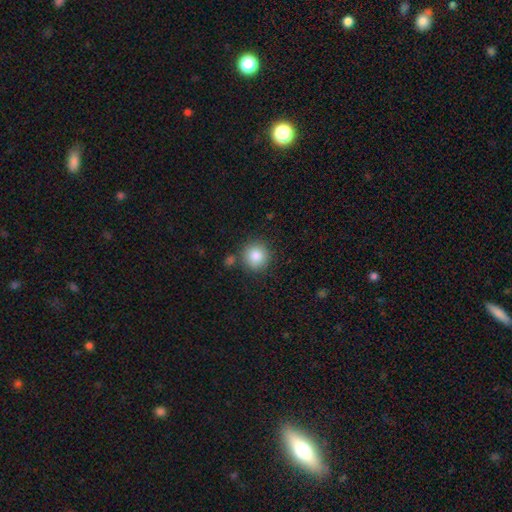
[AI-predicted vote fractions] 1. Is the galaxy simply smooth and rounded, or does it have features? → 85% smooth, 9% star or artifact, 6% featured or disk.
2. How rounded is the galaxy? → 92% round, 7% in between, 1% cigar-shaped.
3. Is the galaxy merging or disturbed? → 81% none, 10% minor disturbance, 6% merger, 3% major disturbance.